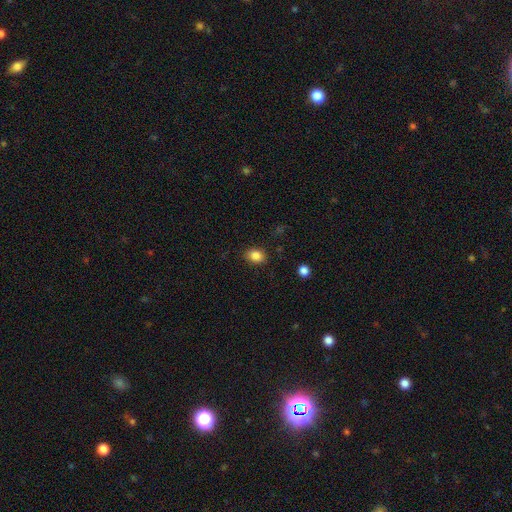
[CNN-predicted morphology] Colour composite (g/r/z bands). It shows a smooth galaxy with no disk features (85%) that is in between round and cigar-shaped (66%). Merging: none (86%).